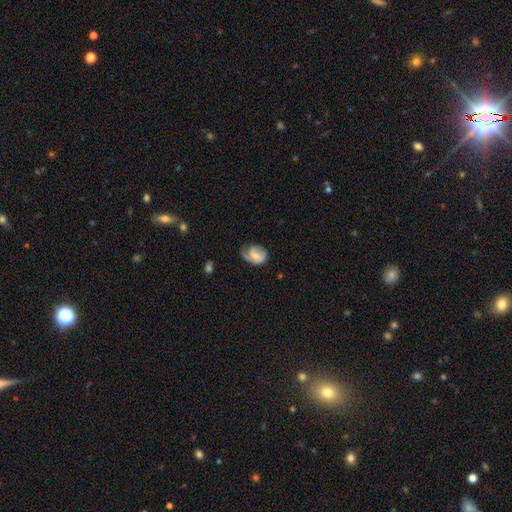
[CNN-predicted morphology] A featured or disk galaxy (51%). Merging: none (46%).